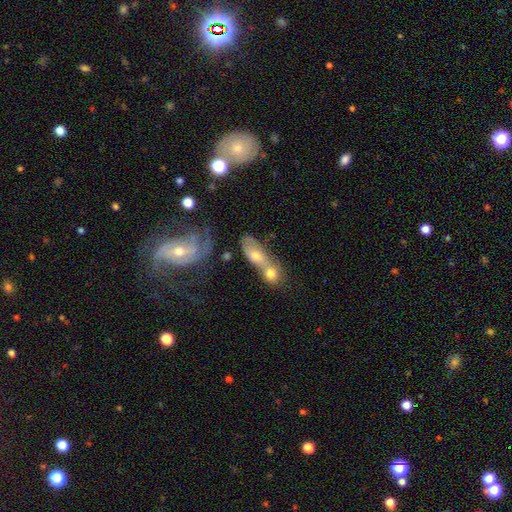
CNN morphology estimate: This is possibly a smooth galaxy (59%). How rounded: likely in between (66%). Merging: likely merger (67%).